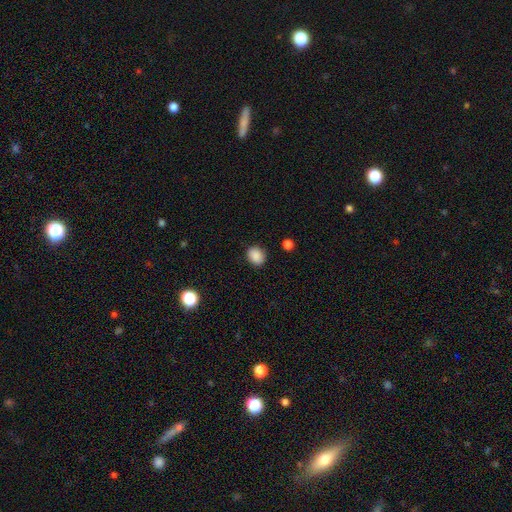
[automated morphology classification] This is clearly a smooth galaxy (87%). How rounded: likely round (62%). Merging: clearly none (86%).